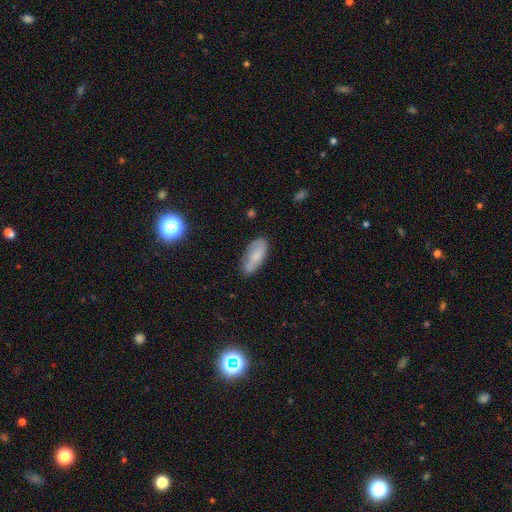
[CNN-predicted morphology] Smooth or featured?
  - smooth: 70% *
  - featured or disk: 22%
  - star or artifact: 8%
How rounded?
  - in between: 83% *
  - cigar-shaped: 15%
  - round: 3%
Merging?
  - none: 64% *
  - minor disturbance: 25%
  - major disturbance: 6%
  - merger: 5%